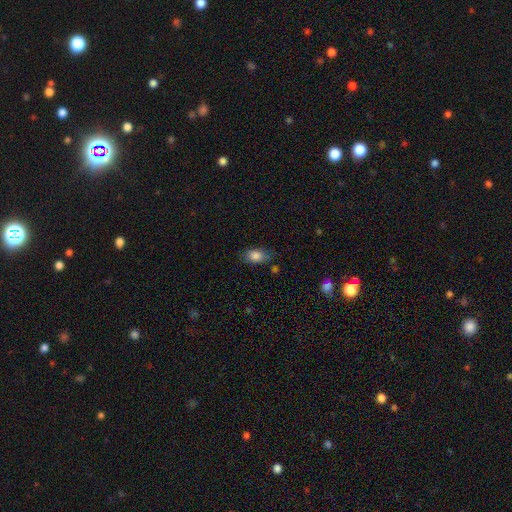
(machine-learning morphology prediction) Smooth or featured?
  - smooth: 83% *
  - star or artifact: 9%
  - featured or disk: 8%
How rounded?
  - in between: 82% *
  - round: 16%
  - cigar-shaped: 3%
Merging?
  - none: 72% *
  - minor disturbance: 20%
  - major disturbance: 5%
  - merger: 3%